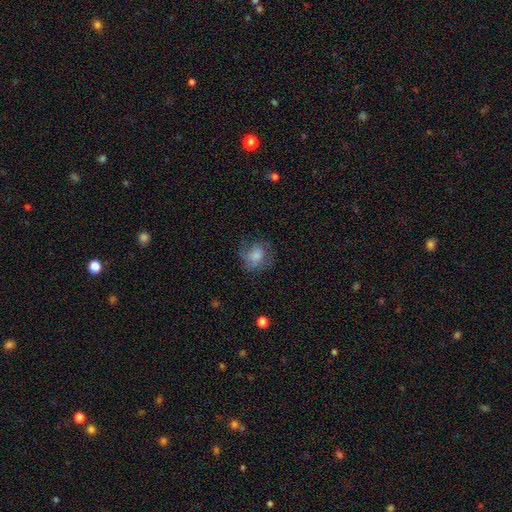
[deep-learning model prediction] smooth_or_featured: smooth (p=0.61) [alt: featured or disk p=0.30]
how_rounded: round (p=0.65) [alt: in between p=0.34]
merging: none (p=0.54) [alt: minor disturbance p=0.24]